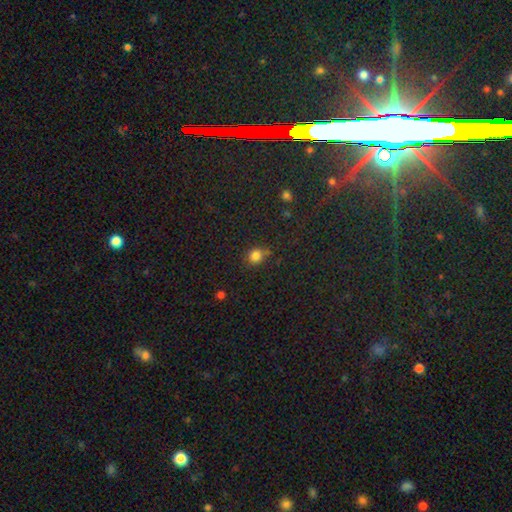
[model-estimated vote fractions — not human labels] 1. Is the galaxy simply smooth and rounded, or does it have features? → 81% smooth, 14% star or artifact, 5% featured or disk.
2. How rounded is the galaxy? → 81% round, 18% in between, 1% cigar-shaped.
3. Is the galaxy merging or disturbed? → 70% none, 18% minor disturbance, 6% merger, 5% major disturbance.